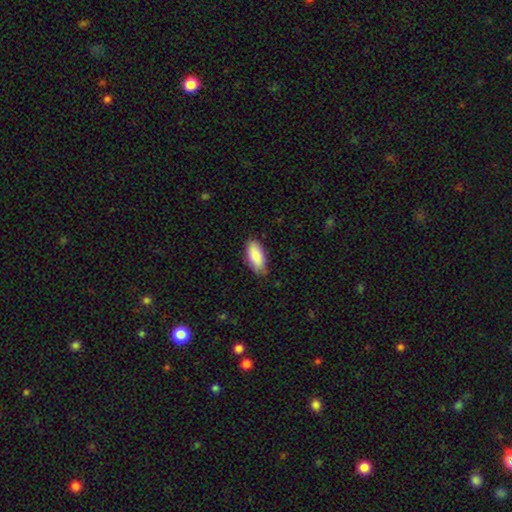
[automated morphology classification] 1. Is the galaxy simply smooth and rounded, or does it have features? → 87% smooth, 7% featured or disk, 6% star or artifact.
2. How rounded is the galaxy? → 90% in between, 8% cigar-shaped, 2% round.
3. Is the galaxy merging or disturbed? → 76% none, 20% minor disturbance, 3% major disturbance, 1% merger.